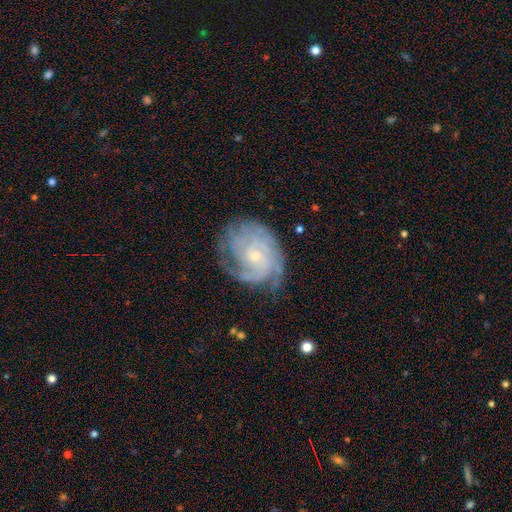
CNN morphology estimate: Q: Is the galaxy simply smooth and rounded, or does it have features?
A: featured or disk — 83%.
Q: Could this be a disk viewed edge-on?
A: no — 97%.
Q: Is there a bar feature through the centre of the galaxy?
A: no — 71%.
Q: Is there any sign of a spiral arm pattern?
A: yes — 95%.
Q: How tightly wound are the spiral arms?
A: tight — 68%.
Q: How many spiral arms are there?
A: can't tell — 37%.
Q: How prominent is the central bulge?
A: small — 65%.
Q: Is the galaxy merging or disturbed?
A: none — 66%.